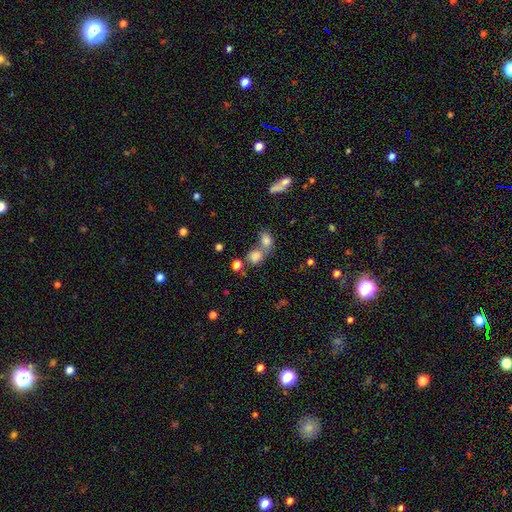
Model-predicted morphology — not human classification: Q: Smooth or featured?
A: smooth (78%); runner-up: star or artifact (13%)
Q: How rounded?
A: round (52%); runner-up: in between (46%)
Q: Merging?
A: merger (52%); runner-up: none (35%)